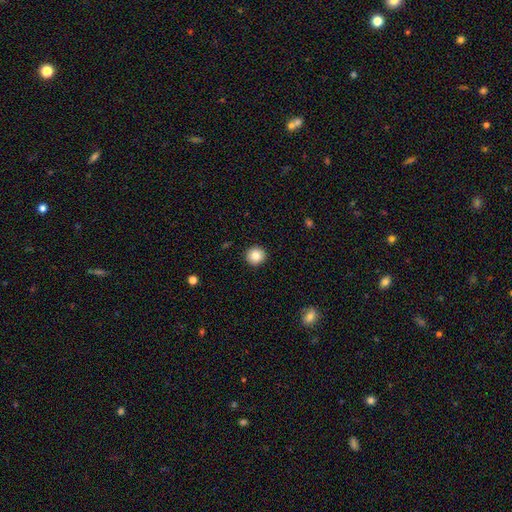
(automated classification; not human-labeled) Q: Smooth or featured?
A: smooth (85%); runner-up: star or artifact (9%)
Q: How rounded?
A: round (94%); runner-up: in between (5%)
Q: Merging?
A: none (93%); runner-up: minor disturbance (5%)